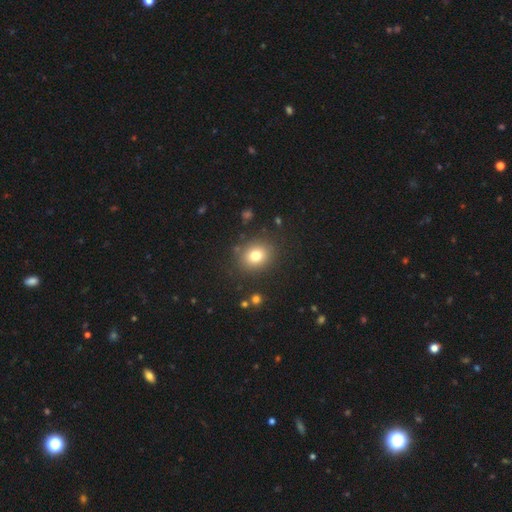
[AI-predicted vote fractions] A smooth galaxy with no disk features (77%) that is round (67%).

Vote fractions:
- Smooth or featured? smooth: 77% / star or artifact: 13% / featured or disk: 10%
- How rounded? round: 67% / in between: 32% / cigar-shaped: 1%
- Merging? none: 85% / minor disturbance: 9% / major disturbance: 3% / merger: 2%